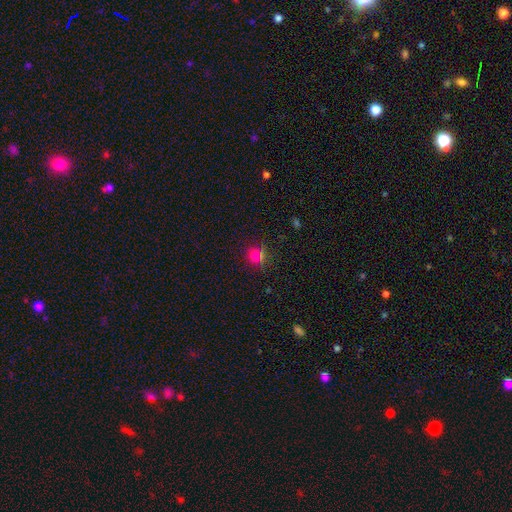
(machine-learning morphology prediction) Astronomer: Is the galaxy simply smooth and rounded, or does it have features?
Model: smooth — 64%.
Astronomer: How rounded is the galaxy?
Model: round — 89%.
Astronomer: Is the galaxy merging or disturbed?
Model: none — 81%.